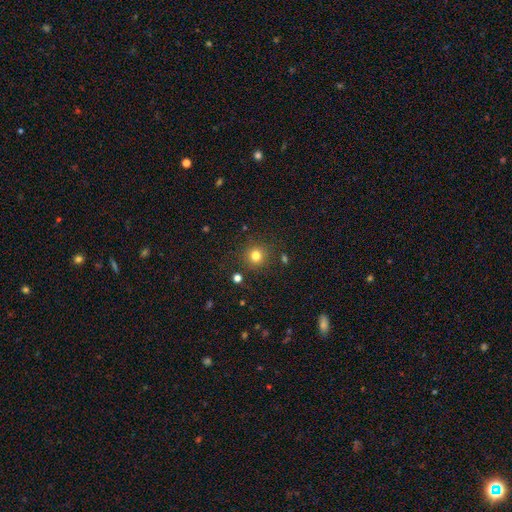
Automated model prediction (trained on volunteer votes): Smooth or featured? Predicted: smooth (p=0.79). How rounded? Predicted: round (p=0.93). Merging? Predicted: none (p=0.87).